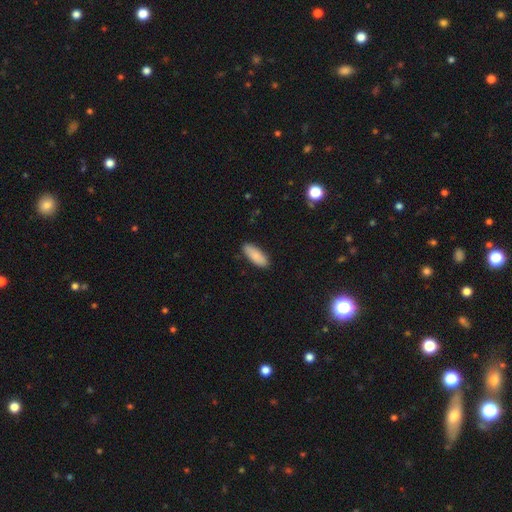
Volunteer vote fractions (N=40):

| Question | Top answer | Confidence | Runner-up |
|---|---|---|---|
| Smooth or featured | smooth | 90% | featured or disk (5%) |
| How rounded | in between | 75% | cigar-shaped (25%) |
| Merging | none | 97% | major disturbance (3%) |